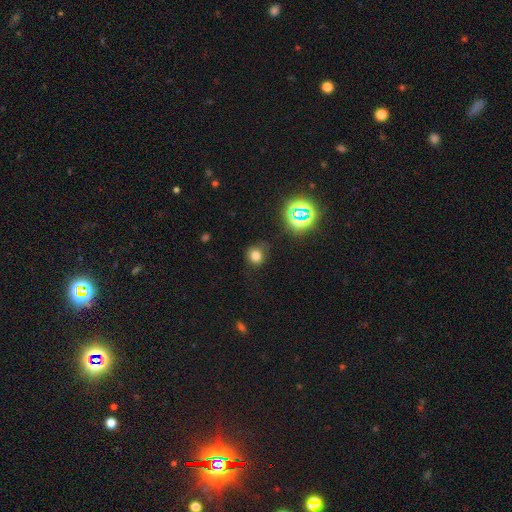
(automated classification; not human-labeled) Smooth or featured? smooth (73%)
How rounded? round (80%)
Merging? none (73%)